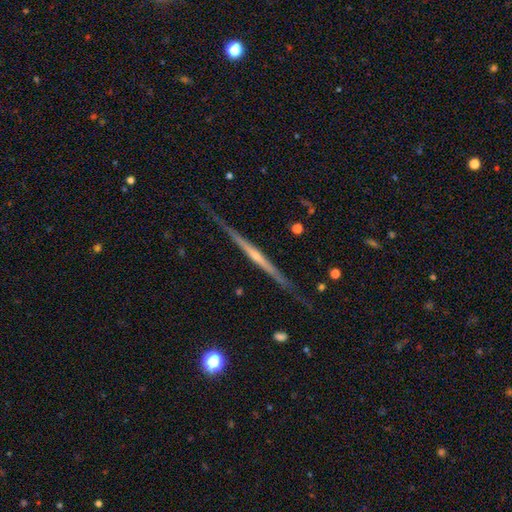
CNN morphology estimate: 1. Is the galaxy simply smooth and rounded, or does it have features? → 81% featured or disk, 13% smooth, 6% star or artifact.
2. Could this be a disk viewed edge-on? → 98% yes, 2% no.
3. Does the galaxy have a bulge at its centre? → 53% rounded, 39% none, 7% boxy.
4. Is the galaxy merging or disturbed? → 82% none, 13% minor disturbance, 3% major disturbance, 2% merger.